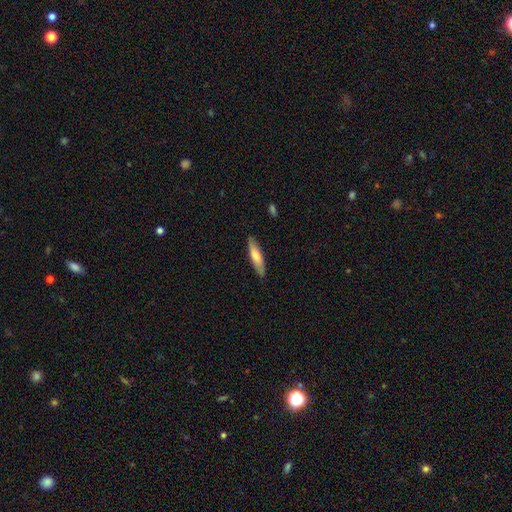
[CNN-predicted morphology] smooth 69%, featured or disk 26%, star or artifact 5%. Down the decision tree: how rounded — cigar-shaped (74%); merging — none (85%).